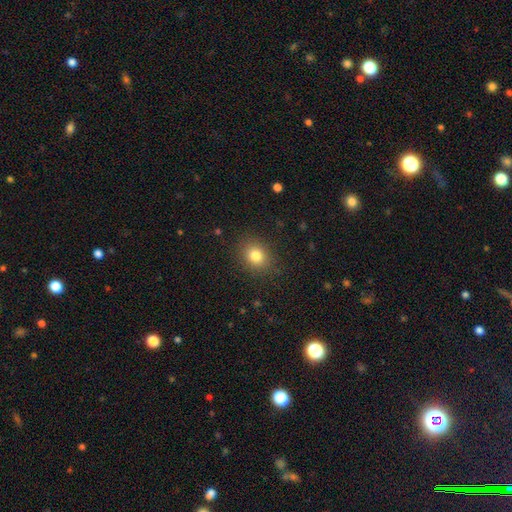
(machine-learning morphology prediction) smooth 81%, star or artifact 12%, featured or disk 7%. Down the decision tree: how rounded — round (57%); merging — none (87%).